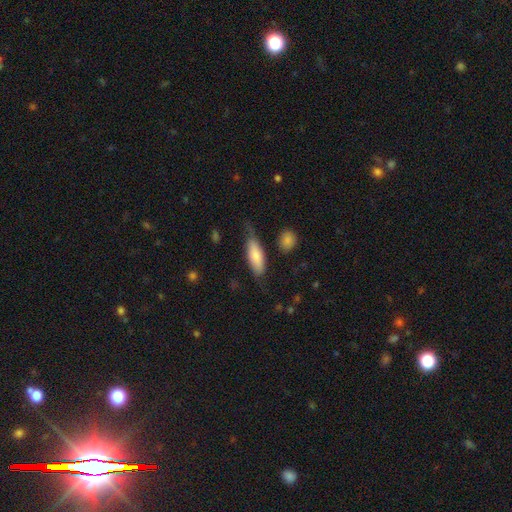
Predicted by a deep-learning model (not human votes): Smooth or featured?
  - smooth: 76% *
  - featured or disk: 18%
  - star or artifact: 6%
How rounded?
  - in between: 65% *
  - cigar-shaped: 32%
  - round: 2%
Merging?
  - none: 51% *
  - minor disturbance: 33%
  - major disturbance: 12%
  - merger: 4%